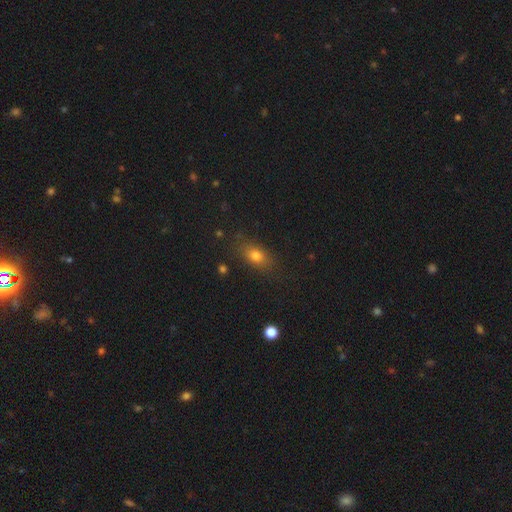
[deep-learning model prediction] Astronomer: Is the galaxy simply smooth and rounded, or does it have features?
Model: smooth — 75%.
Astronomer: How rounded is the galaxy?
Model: in between — 73%.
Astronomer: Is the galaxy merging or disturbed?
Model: none — 80%.